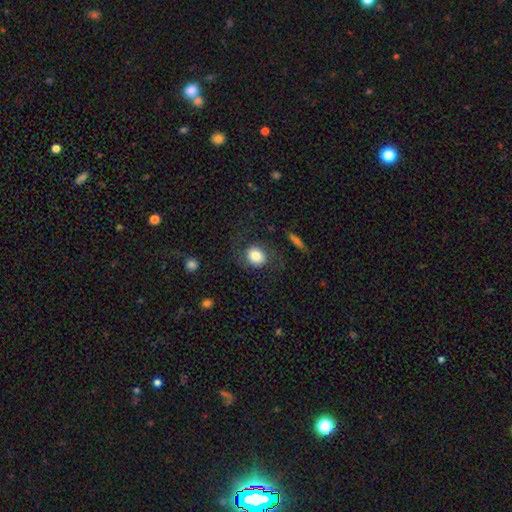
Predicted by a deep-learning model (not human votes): A smooth galaxy with no disk features (78%) that is round (70%).

Vote fractions:
- Smooth or featured? smooth: 78% / featured or disk: 13% / star or artifact: 8%
- How rounded? round: 70% / in between: 29% / cigar-shaped: 1%
- Merging? none: 75% / minor disturbance: 14% / major disturbance: 10% / merger: 2%